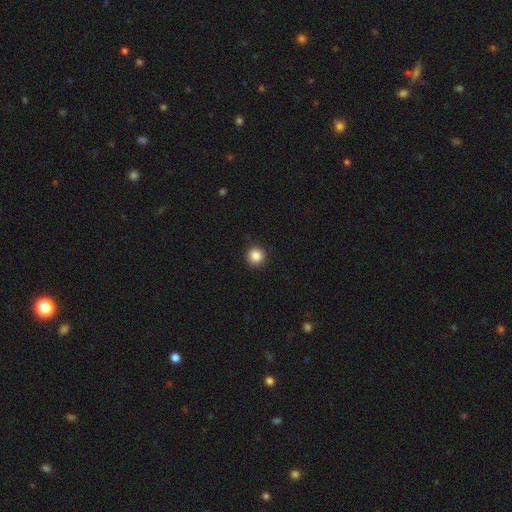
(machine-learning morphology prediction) smooth-or-featured: smooth: 87% | star or artifact: 10% | featured or disk: 4%
  how-rounded: round: 95% | in between: 4% | cigar-shaped: 1%
  merging: none: 91% | minor disturbance: 6% | major disturbance: 2% | merger: 1%